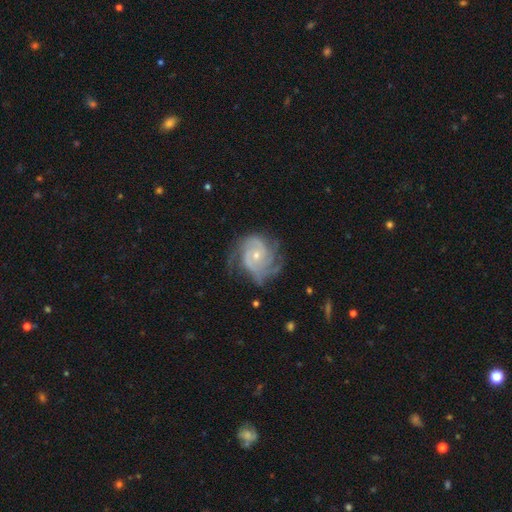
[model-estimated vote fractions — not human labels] Smooth or featured?
  - featured or disk: 89% *
  - smooth: 6%
  - star or artifact: 5%
Edge-on disk?
  - no: 98% *
  - yes: 2%
Bar?
  - no: 74% *
  - weak: 22%
  - strong: 4%
Spiral arms?
  - yes: 97% *
  - no: 3%
Spiral winding?
  - tight: 57% *
  - medium: 35%
  - loose: 8%
Spiral arm count?
  - 3: 34% *
  - 2: 28%
  - can't tell: 17%
  - 4: 10%
  - 1: 6%
  - more than 4: 5%
Bulge size?
  - small: 63% *
  - moderate: 34%
  - large: 1%
  - none: 1%
  - dominant: 1%
Merging?
  - none: 63% *
  - minor disturbance: 23%
  - major disturbance: 13%
  - merger: 2%